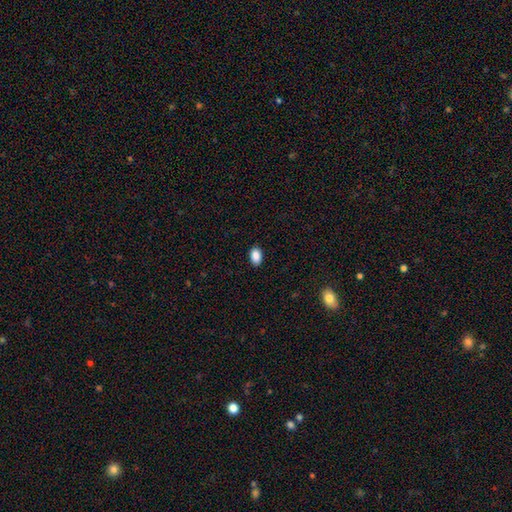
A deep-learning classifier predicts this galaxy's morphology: The model was most divided on "how rounded": in between: 88%, round: 11%, cigar-shaped: 1%. More confident: merging — none (89%); smooth or featured — smooth (88%).